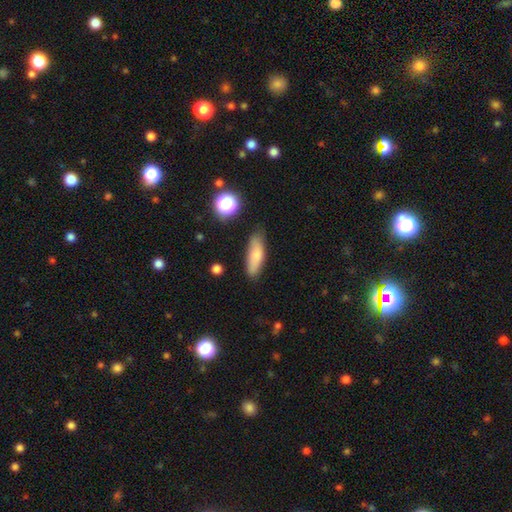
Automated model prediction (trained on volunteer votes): Overall: smooth (77%). How rounded: in between (53%; cigar-shaped 43%). Merging: none (73%).